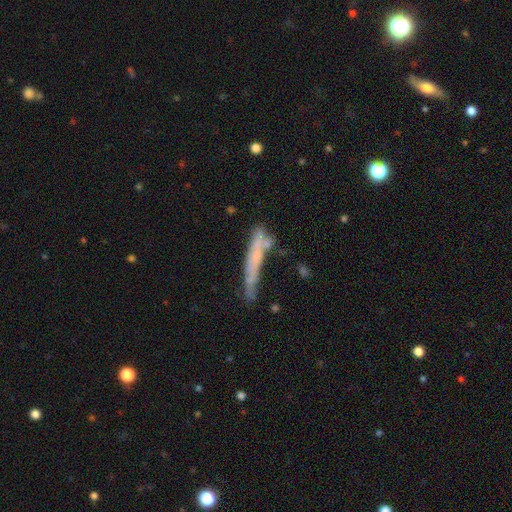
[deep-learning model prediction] This is possibly a featured or disk galaxy (45%). Merging: possibly none (48%).